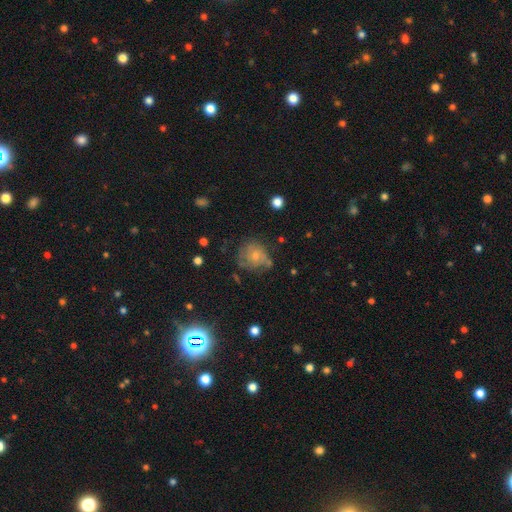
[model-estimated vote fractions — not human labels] A featured or disk galaxy (45%, tied with smooth). Merging: none (50%).